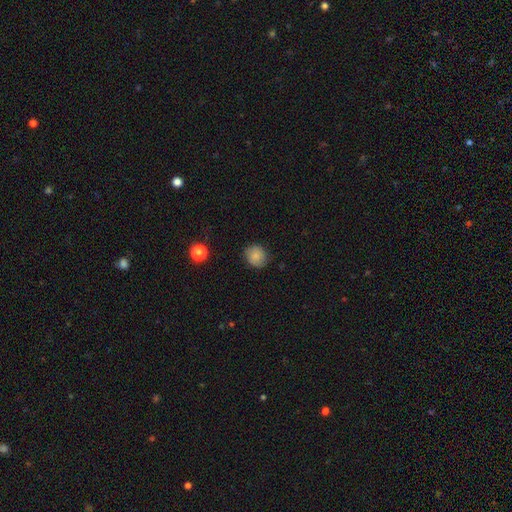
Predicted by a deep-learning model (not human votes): Overall: smooth (80%). How rounded: round (83%). Merging: none (82%).